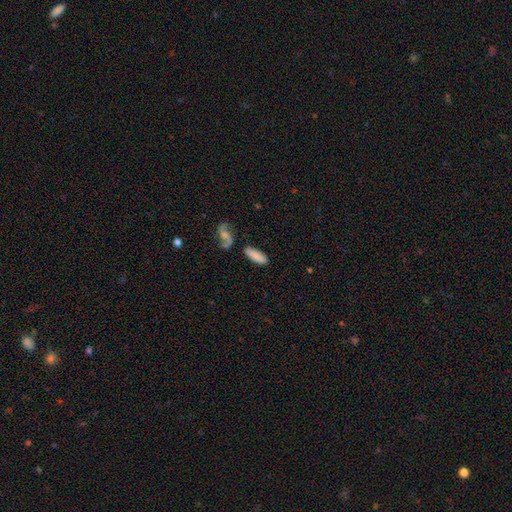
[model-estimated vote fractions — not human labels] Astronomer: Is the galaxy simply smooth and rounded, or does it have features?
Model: smooth — 80%.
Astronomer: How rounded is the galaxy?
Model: in between — 57% (runner-up: cigar-shaped, 41%).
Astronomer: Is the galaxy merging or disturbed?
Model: none — 75%.